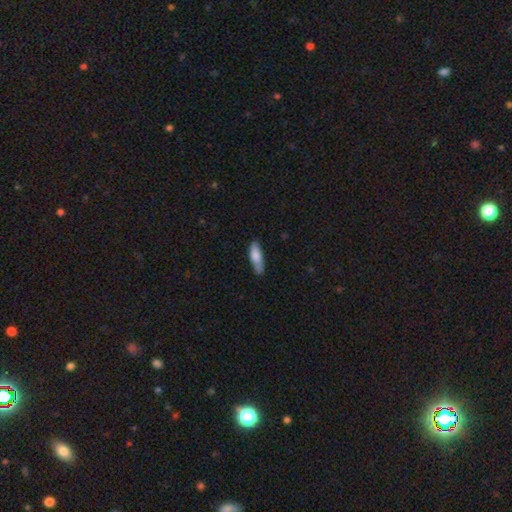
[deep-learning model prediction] This is likely a smooth galaxy (77%). How rounded: possibly cigar-shaped (55%). Merging: likely none (72%).